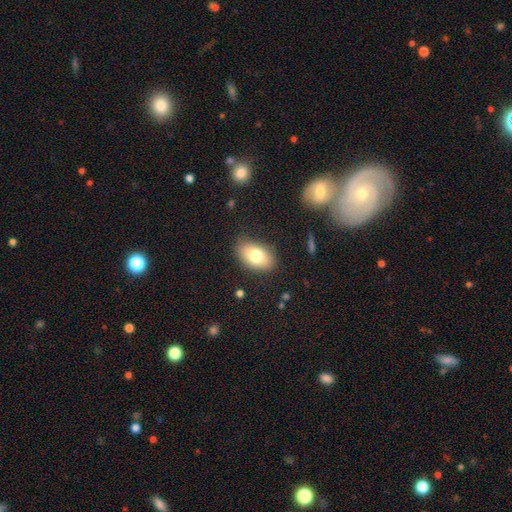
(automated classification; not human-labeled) This is likely a smooth galaxy (75%). How rounded: clearly in between (88%). Merging: clearly none (82%).